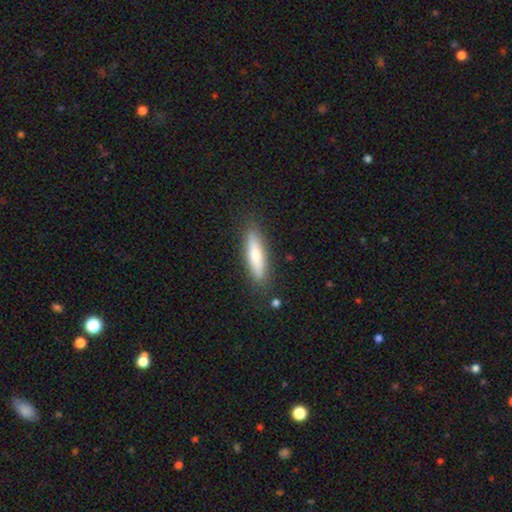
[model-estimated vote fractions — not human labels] A smooth galaxy with no disk features (68%) that is cigar-shaped (73%).

Vote fractions:
- Smooth or featured? smooth: 68% / featured or disk: 26% / star or artifact: 6%
- How rounded? cigar-shaped: 73% / in between: 26% / round: 2%
- Merging? none: 84% / minor disturbance: 11% / major disturbance: 3% / merger: 2%